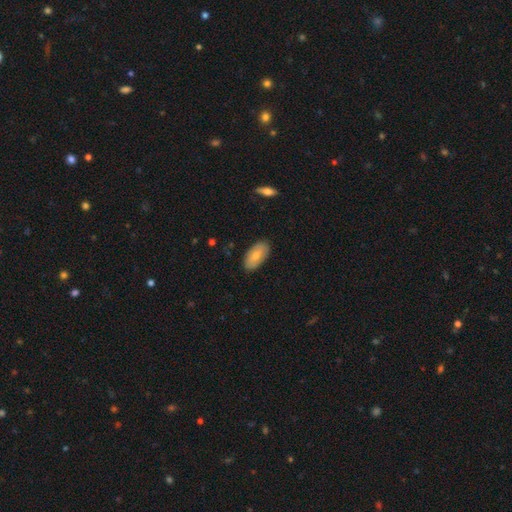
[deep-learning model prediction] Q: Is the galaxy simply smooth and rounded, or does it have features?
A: smooth — 75%.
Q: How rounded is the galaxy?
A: in between — 94%.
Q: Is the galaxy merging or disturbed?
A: none — 84%.